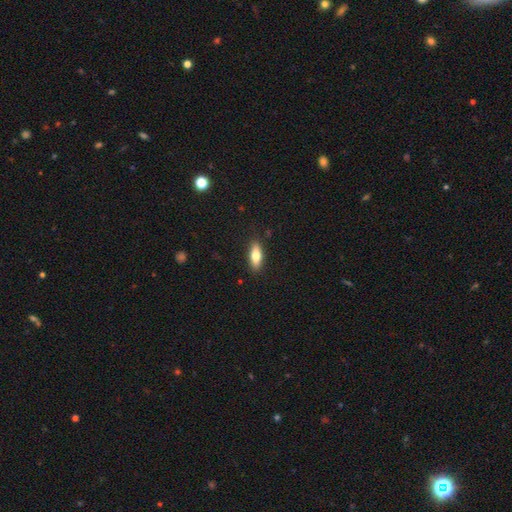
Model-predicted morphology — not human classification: Overall: smooth (69%). How rounded: in between (62%; cigar-shaped 35%). Merging: none (87%).